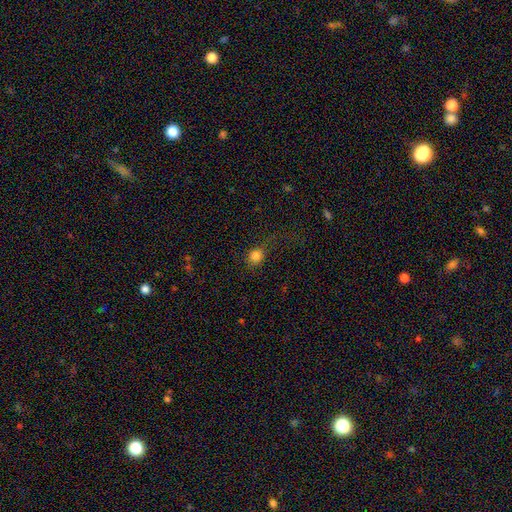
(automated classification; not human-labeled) Smooth or featured?
  - smooth: 81% *
  - star or artifact: 13%
  - featured or disk: 7%
How rounded?
  - round: 79% *
  - in between: 19%
  - cigar-shaped: 2%
Merging?
  - none: 65% *
  - minor disturbance: 18%
  - major disturbance: 14%
  - merger: 2%